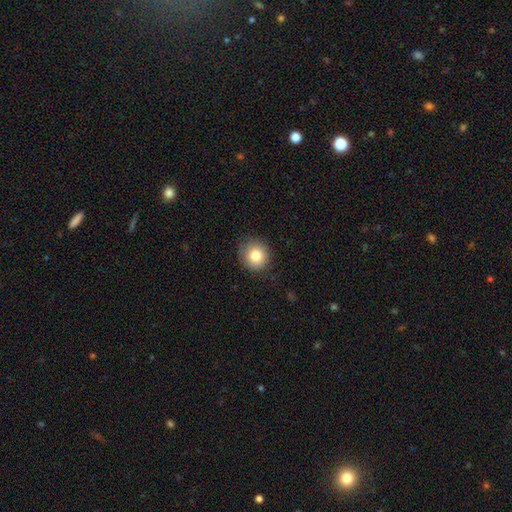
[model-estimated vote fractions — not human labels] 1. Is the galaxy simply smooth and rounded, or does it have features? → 81% smooth, 10% star or artifact, 9% featured or disk.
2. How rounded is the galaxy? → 88% round, 11% in between, 1% cigar-shaped.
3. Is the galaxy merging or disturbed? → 81% none, 15% minor disturbance, 3% major disturbance, 1% merger.